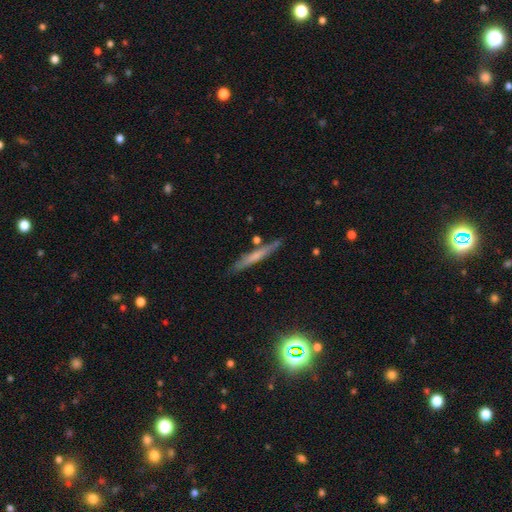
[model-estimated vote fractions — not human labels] Morphology: type=smooth (50%); merging=none (82%).